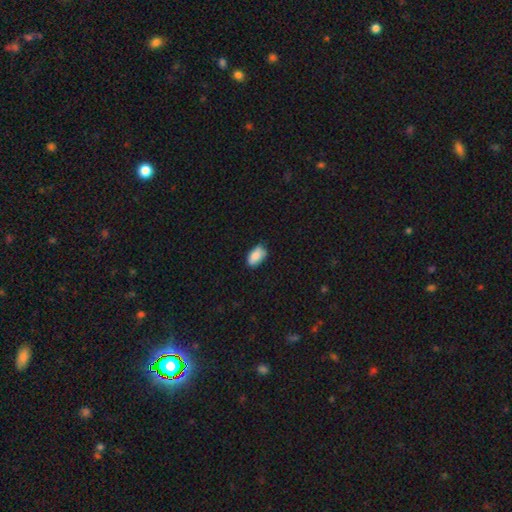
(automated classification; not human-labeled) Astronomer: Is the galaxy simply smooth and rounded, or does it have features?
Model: smooth — 87%.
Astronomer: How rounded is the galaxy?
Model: in between — 93%.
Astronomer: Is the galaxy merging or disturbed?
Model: none — 70%.